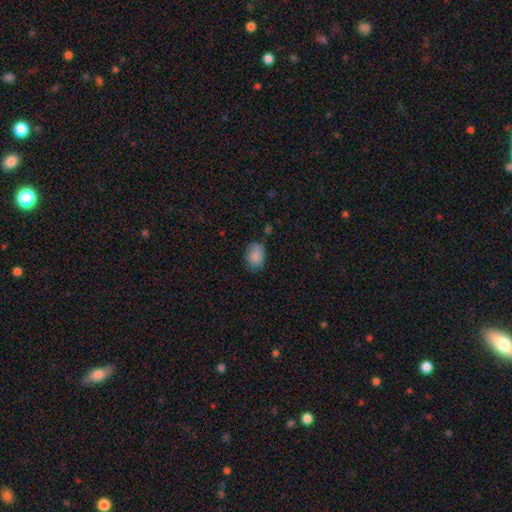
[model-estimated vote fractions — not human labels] Overall: smooth (86%). How rounded: in between (72%). Merging: none (72%).